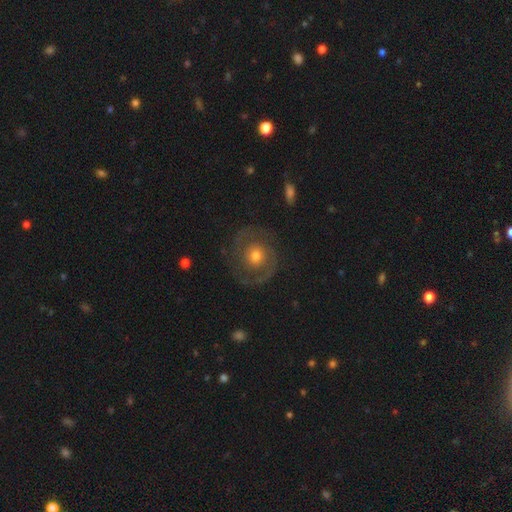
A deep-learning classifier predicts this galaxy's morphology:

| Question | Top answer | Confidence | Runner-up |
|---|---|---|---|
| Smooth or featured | featured or disk | 73% | smooth (20%) |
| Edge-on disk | no | 98% | yes (2%) |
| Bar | no | 78% | weak (18%) |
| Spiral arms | yes | 82% | no (18%) |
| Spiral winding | tight | 52% | medium (36%) |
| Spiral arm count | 2 | 72% | can't tell (12%) |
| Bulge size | moderate | 67% | small (23%) |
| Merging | none | 77% | minor disturbance (13%) |